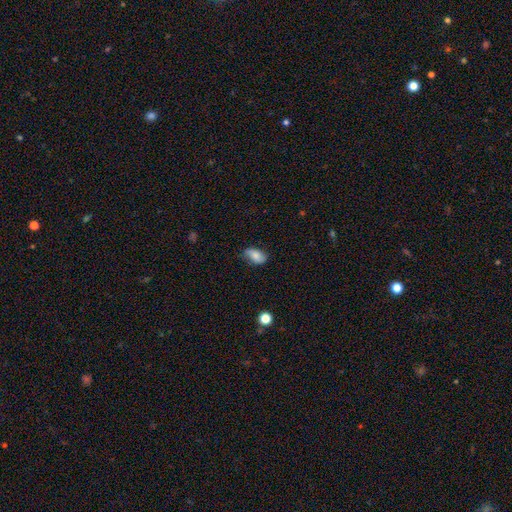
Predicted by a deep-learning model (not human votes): This appears to be a smooth galaxy with no disk features (77%) that is in between round and cigar-shaped (91%). Merging: none (65%).